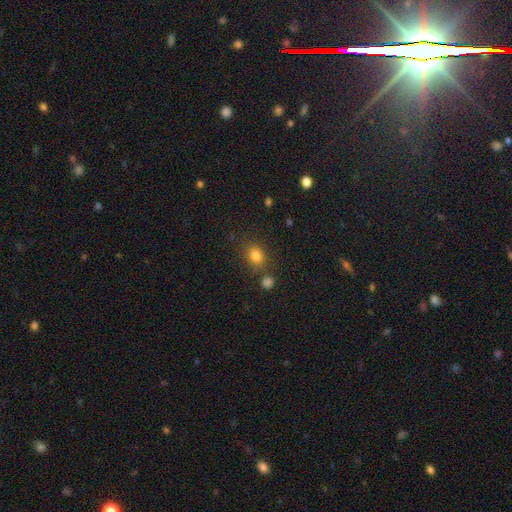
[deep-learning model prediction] Morphology: type=smooth (81%); roundness=round (54%); merging=none (71%).